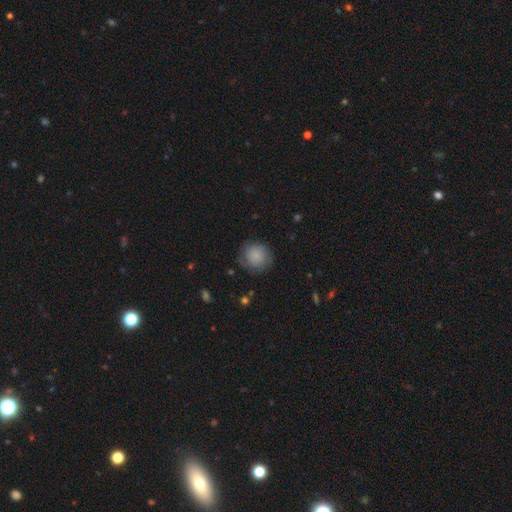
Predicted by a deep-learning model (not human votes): smooth 80%, featured or disk 12%, star or artifact 8%. Down the decision tree: how rounded — round (88%); merging — none (76%).